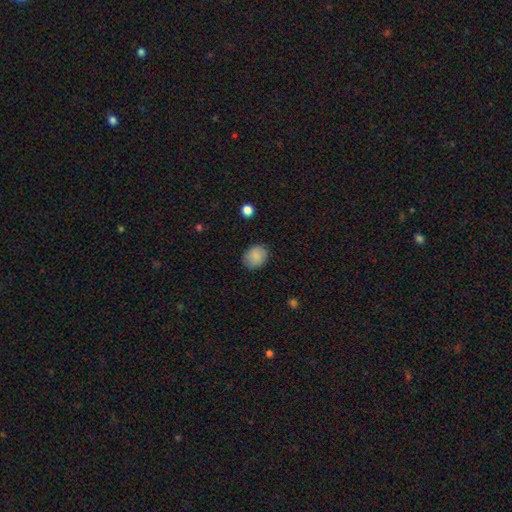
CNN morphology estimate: Q: Smooth or featured?
A: smooth (87%); runner-up: star or artifact (8%)
Q: How rounded?
A: round (54%); runner-up: in between (45%)
Q: Merging?
A: none (85%); runner-up: minor disturbance (11%)